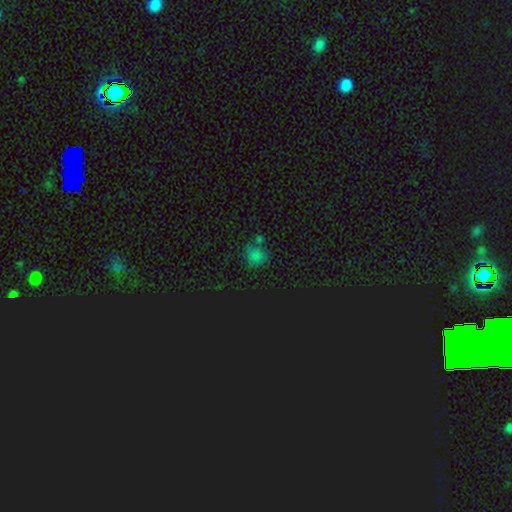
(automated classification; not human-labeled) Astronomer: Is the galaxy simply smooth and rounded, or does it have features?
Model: smooth — 60%.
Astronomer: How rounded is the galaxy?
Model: round — 73%.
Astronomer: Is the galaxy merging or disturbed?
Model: none — 53%.